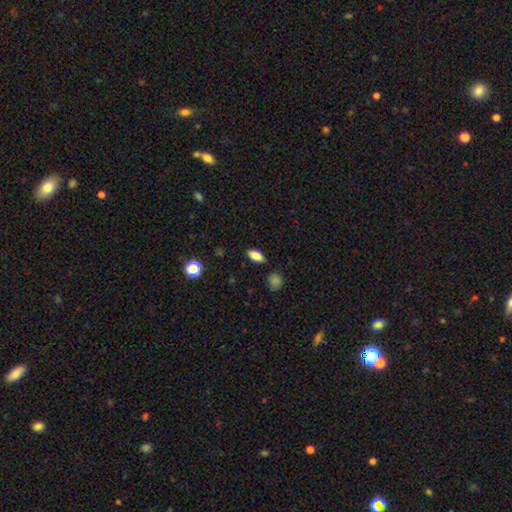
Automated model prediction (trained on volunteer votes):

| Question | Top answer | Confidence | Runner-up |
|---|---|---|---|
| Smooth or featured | smooth | 83% | star or artifact (9%) |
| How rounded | in between | 88% | cigar-shaped (7%) |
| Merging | none | 87% | minor disturbance (9%) |